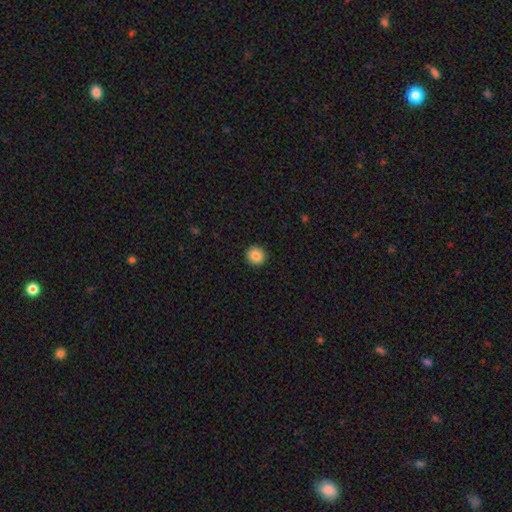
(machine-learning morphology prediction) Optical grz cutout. It shows a smooth galaxy with no disk features (86%) that is round (93%). Merging: none (92%).